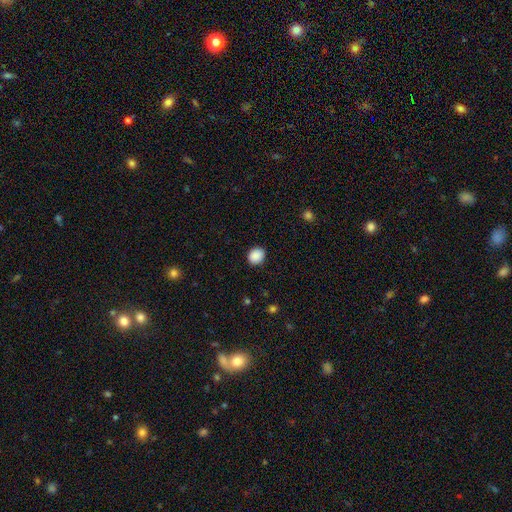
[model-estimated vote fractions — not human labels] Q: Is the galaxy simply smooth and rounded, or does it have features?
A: smooth — 89%.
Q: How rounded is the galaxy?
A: round — 69%.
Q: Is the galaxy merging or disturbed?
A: none — 90%.